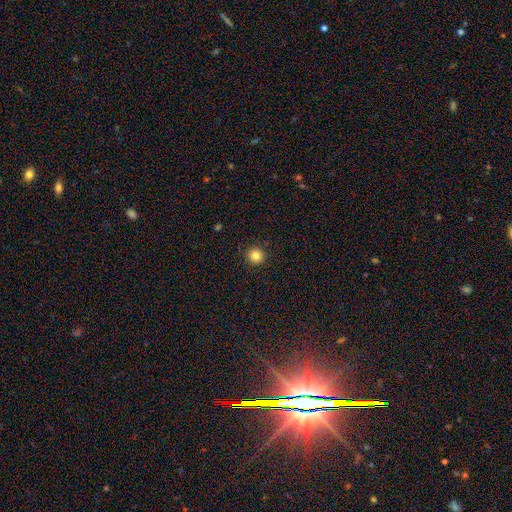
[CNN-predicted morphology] Smooth or featured?
  - smooth: 84% *
  - star or artifact: 11%
  - featured or disk: 5%
How rounded?
  - round: 93% *
  - in between: 6%
  - cigar-shaped: 1%
Merging?
  - none: 92% *
  - minor disturbance: 5%
  - major disturbance: 2%
  - merger: 1%